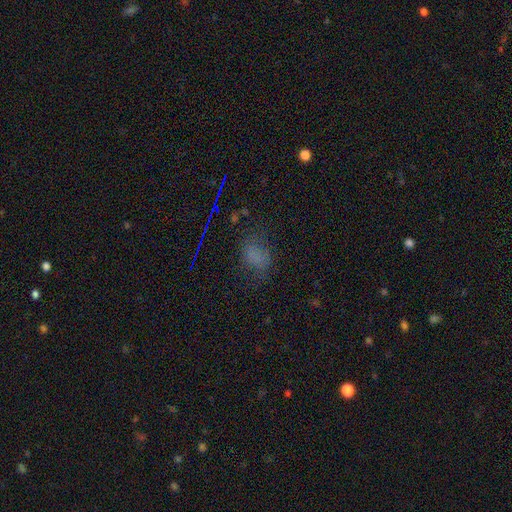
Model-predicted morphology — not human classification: A smooth galaxy with no disk features (60%) that is in between round and cigar-shaped (78%).

Vote fractions:
- Smooth or featured? smooth: 60% / star or artifact: 25% / featured or disk: 15%
- How rounded? in between: 78% / round: 20% / cigar-shaped: 2%
- Merging? none: 54% / minor disturbance: 25% / major disturbance: 19% / merger: 3%